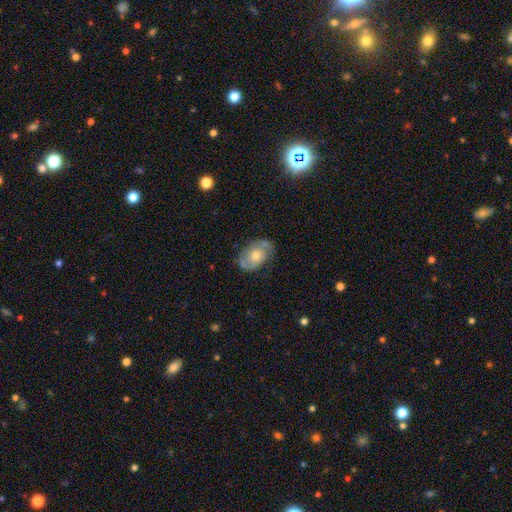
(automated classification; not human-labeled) Smooth or featured?
  - featured or disk: 64% *
  - smooth: 29%
  - star or artifact: 8%
Edge-on disk?
  - no: 95% *
  - yes: 5%
Bar?
  - no: 77% *
  - weak: 20%
  - strong: 3%
Spiral arms?
  - yes: 78% *
  - no: 22%
Bulge size?
  - moderate: 65% *
  - small: 21%
  - large: 10%
  - none: 2%
  - dominant: 1%
Merging?
  - none: 73% *
  - minor disturbance: 19%
  - major disturbance: 6%
  - merger: 2%